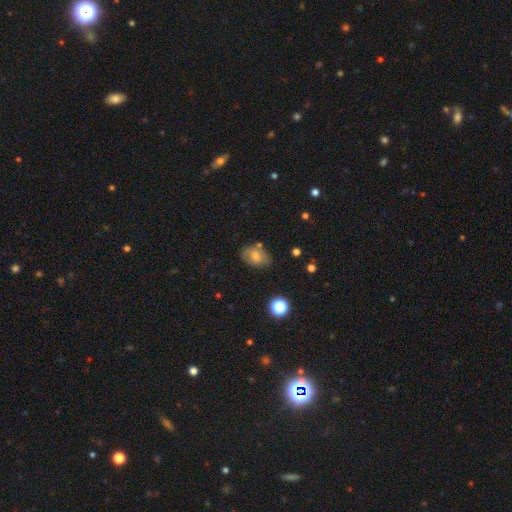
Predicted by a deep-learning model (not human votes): smooth-or-featured: smooth: 60% | featured or disk: 27% | star or artifact: 13%
  how-rounded: in between: 81% | round: 17% | cigar-shaped: 2%
  merging: none: 71% | minor disturbance: 20% | merger: 5% | major disturbance: 4%